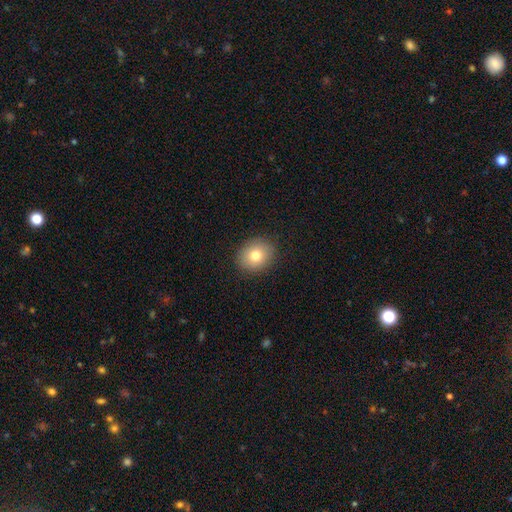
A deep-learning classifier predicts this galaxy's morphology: Smooth or featured? smooth (78%)
How rounded? round (62%)
Merging? none (89%)